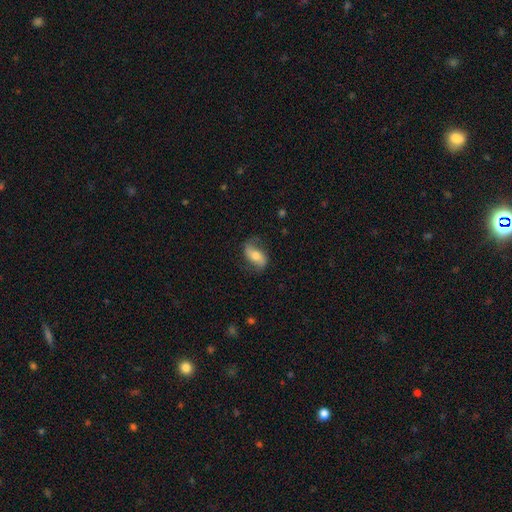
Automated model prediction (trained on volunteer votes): A featured or disk galaxy (49%). Merging: none (70%).